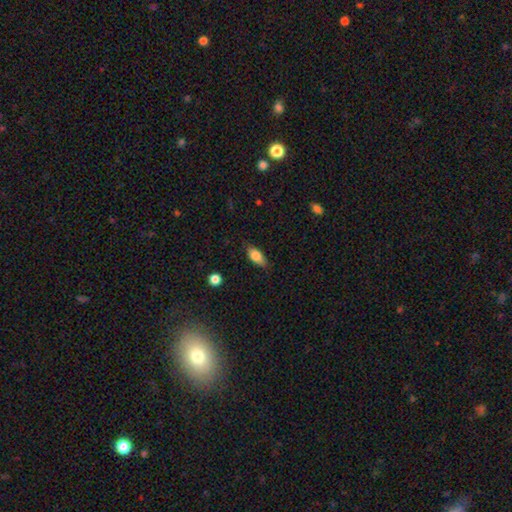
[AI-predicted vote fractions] Smooth or featured: smooth — 81% (featured or disk — 11%)
How rounded: in between — 84% (cigar-shaped — 12%)
Merging: none — 80% (minor disturbance — 16%)